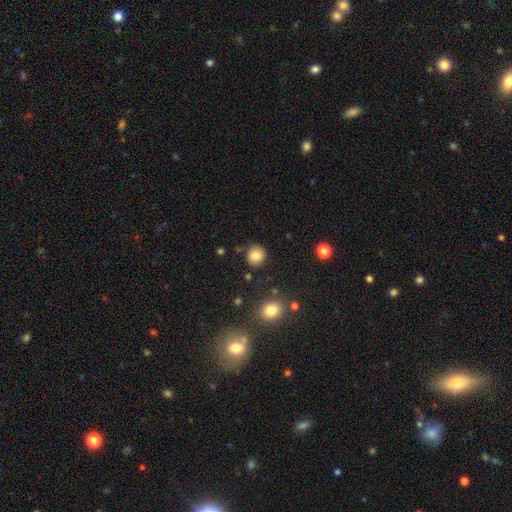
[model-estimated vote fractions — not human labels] Morphology: type=smooth (82%); roundness=round (88%); merging=none (85%).